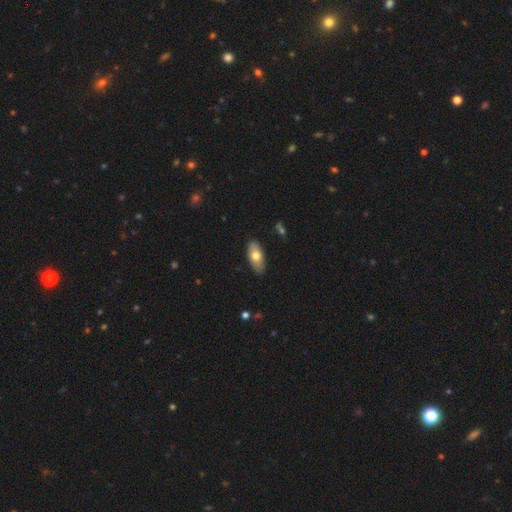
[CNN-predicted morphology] smooth 69%, featured or disk 25%, star or artifact 6%. Down the decision tree: how rounded — in between (86%); merging — none (87%).